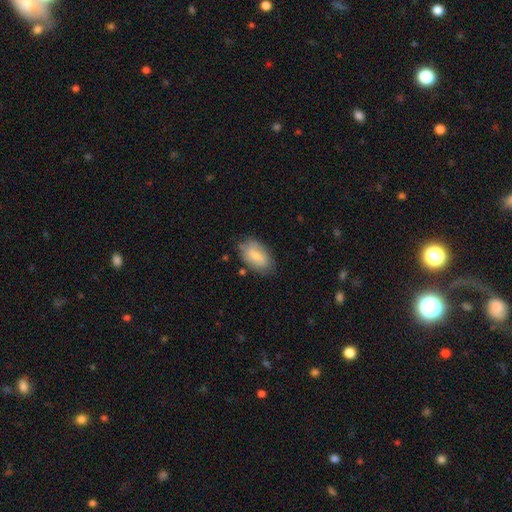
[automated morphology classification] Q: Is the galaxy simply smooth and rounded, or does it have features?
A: smooth — 75%.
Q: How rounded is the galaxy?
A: in between — 93%.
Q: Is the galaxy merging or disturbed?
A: none — 75%.